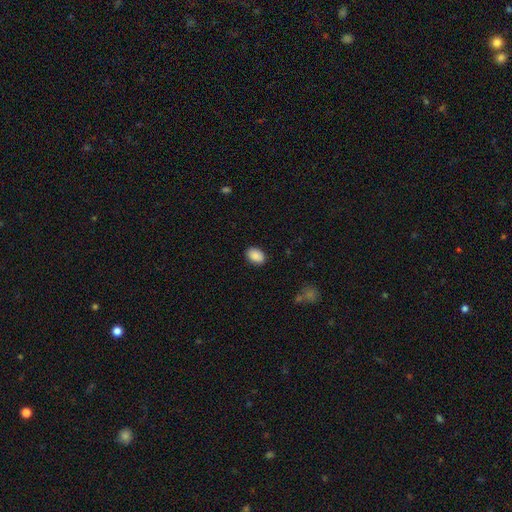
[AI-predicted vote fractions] smooth-or-featured: smooth: 88% | star or artifact: 8% | featured or disk: 4%
  how-rounded: in between: 79% | round: 20% | cigar-shaped: 1%
  merging: none: 87% | minor disturbance: 9% | major disturbance: 2% | merger: 1%